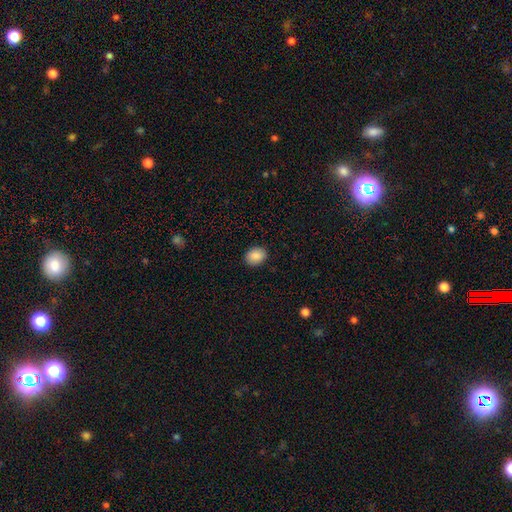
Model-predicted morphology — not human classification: Smooth or featured? Predicted: smooth (p=0.88). How rounded? Predicted: in between (p=0.56). Merging? Predicted: none (p=0.90).